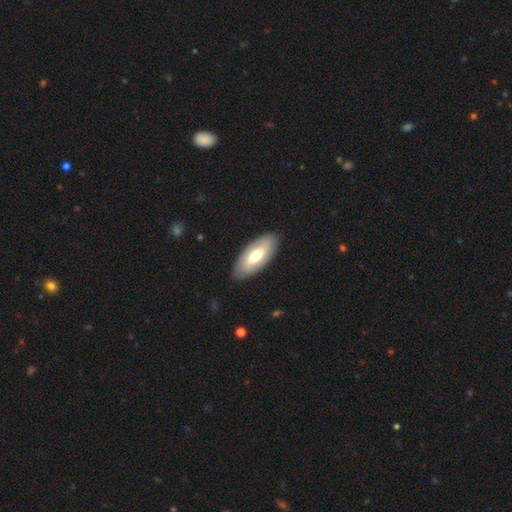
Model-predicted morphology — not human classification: Smooth or featured? smooth (59%)
How rounded? in between (87%)
Merging? none (87%)